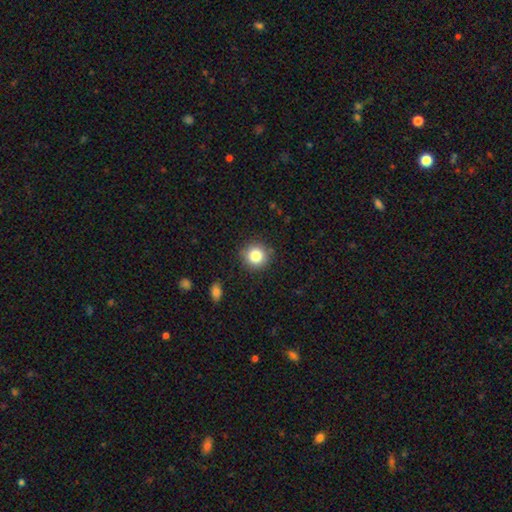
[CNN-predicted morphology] The model was most divided on "smooth or featured": smooth: 83%, star or artifact: 10%, featured or disk: 7%. More confident: how rounded — round (92%); merging — none (88%).